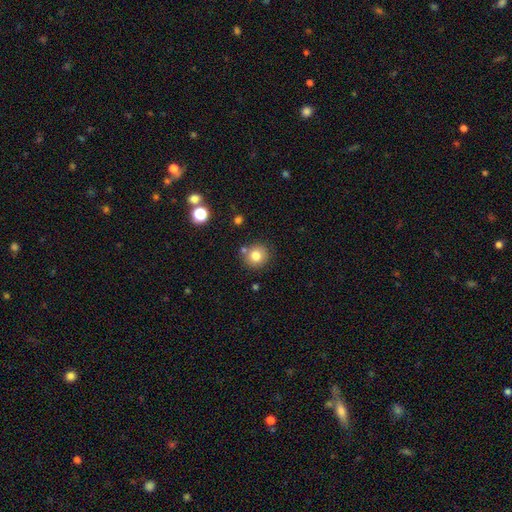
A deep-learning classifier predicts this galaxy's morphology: smooth-or-featured: smooth: 79% | star or artifact: 12% | featured or disk: 9%
  how-rounded: round: 92% | in between: 7% | cigar-shaped: 1%
  merging: none: 77% | merger: 11% | minor disturbance: 10% | major disturbance: 3%